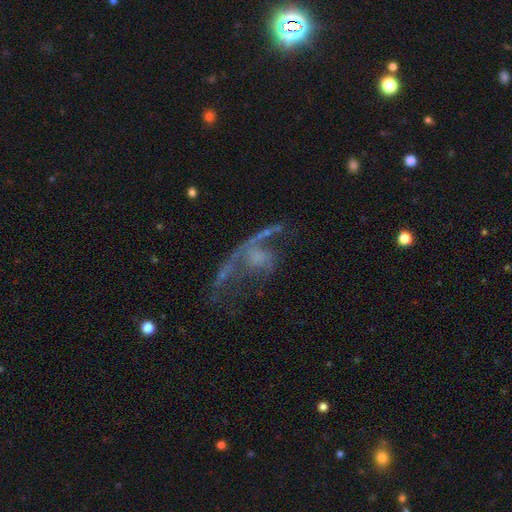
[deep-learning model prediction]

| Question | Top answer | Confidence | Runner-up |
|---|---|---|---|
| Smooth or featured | featured or disk | 64% | smooth (19%) |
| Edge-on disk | no | 93% | yes (7%) |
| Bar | no | 81% | weak (14%) |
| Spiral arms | no | 57% | yes (43%) |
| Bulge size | none | 49% | small (26%) |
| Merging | major disturbance | 48% | none (27%) |